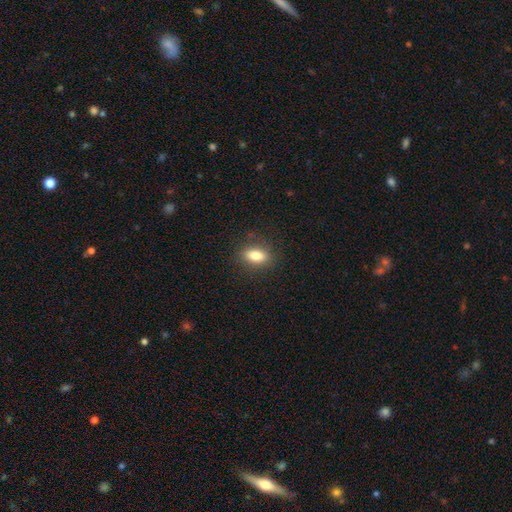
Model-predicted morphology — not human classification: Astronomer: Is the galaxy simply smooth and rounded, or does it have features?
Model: smooth — 82%.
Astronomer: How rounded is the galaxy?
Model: in between — 82%.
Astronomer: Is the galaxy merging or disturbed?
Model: none — 86%.